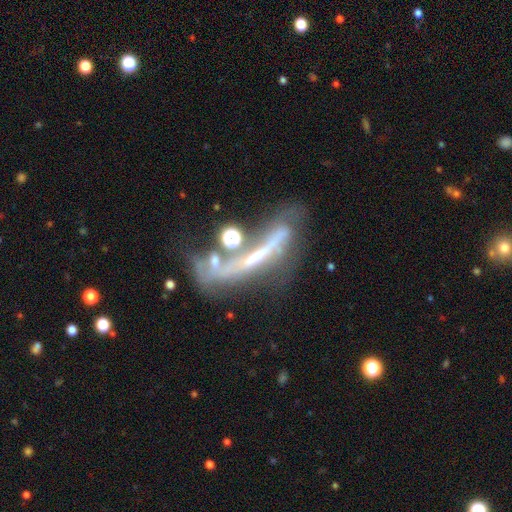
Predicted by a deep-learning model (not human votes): Smooth or featured: featured or disk — 66% (smooth — 21%)
Edge-on disk: yes — 62% (no — 38%)
Merging: none — 30% (merger — 27%)